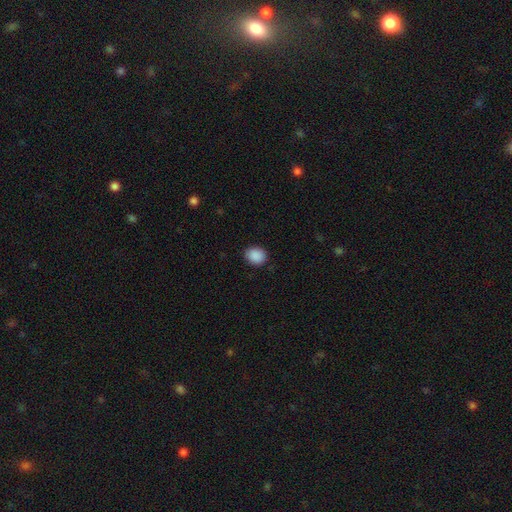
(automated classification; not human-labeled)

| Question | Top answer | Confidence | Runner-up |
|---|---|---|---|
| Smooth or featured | smooth | 90% | star or artifact (8%) |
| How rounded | round | 58% | in between (41%) |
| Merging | none | 87% | minor disturbance (10%) |